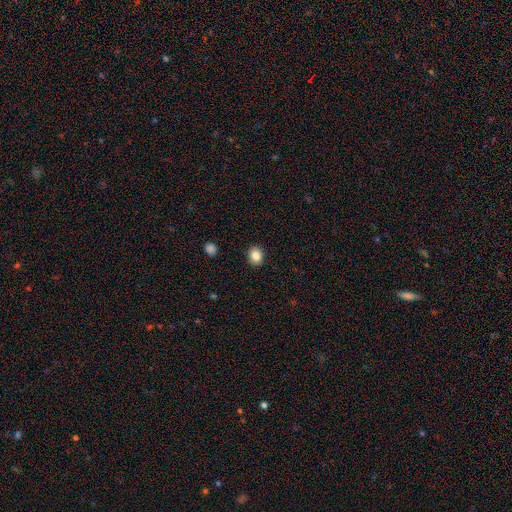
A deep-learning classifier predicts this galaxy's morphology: A smooth galaxy with no disk features (85%) that is round (62%).

Vote fractions:
- Smooth or featured? smooth: 85% / star or artifact: 9% / featured or disk: 6%
- How rounded? round: 62% / in between: 38% / cigar-shaped: 1%
- Merging? none: 90% / minor disturbance: 7% / major disturbance: 2% / merger: 1%